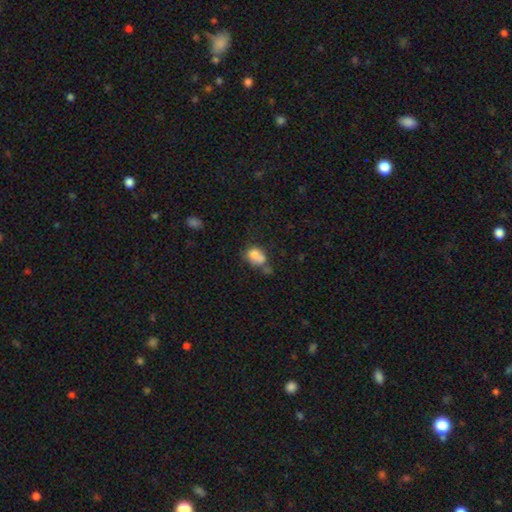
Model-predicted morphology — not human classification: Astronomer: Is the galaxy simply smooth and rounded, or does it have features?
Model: smooth — 73%.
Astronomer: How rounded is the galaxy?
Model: in between — 57% (runner-up: round, 42%).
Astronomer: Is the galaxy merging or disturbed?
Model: merger — 46% (runner-up: none, 28%).